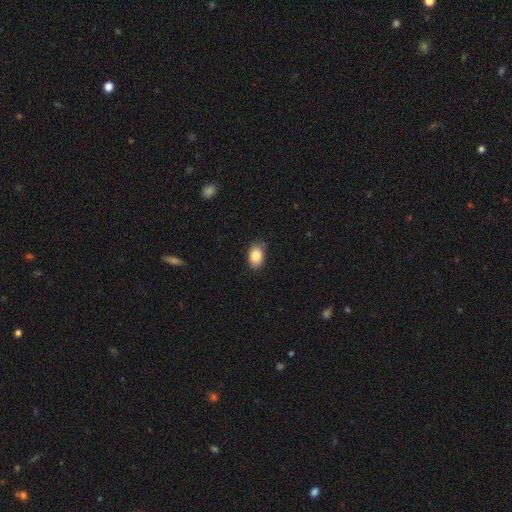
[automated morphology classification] A smooth galaxy with no disk features (86%) that is in between round and cigar-shaped (81%). Merging: none (82%).